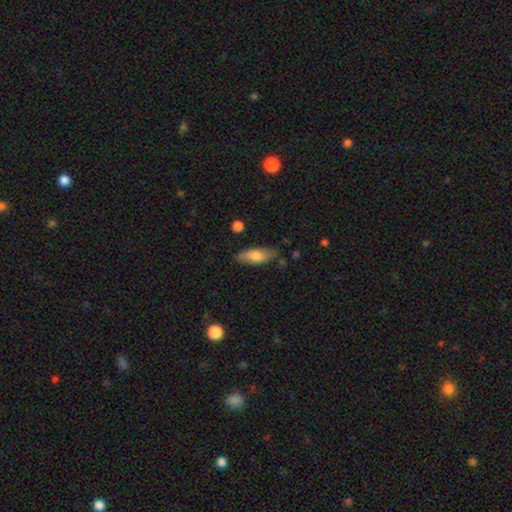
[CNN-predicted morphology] A smooth galaxy with no disk features (75%) that is in between round and cigar-shaped (72%).

Vote fractions:
- Smooth or featured? smooth: 75% / featured or disk: 19% / star or artifact: 6%
- How rounded? in between: 72% / cigar-shaped: 26% / round: 2%
- Merging? none: 78% / minor disturbance: 16% / major disturbance: 3% / merger: 3%